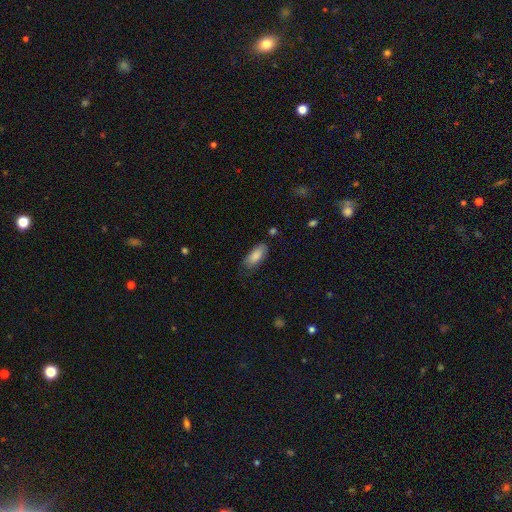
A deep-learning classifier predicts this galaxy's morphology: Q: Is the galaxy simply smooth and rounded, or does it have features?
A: smooth — 86%.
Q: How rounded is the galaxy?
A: in between — 84%.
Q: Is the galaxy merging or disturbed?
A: none — 71%.